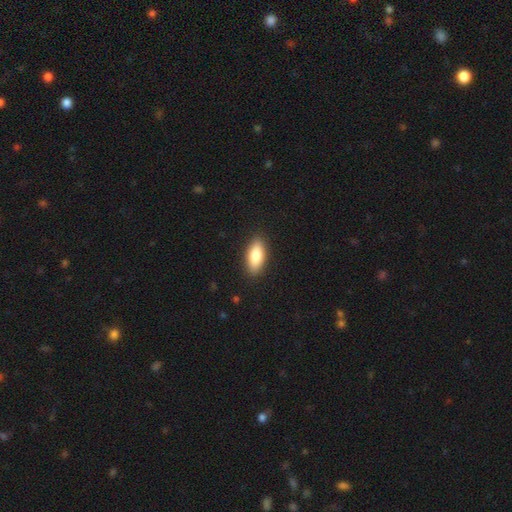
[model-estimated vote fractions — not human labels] The model was most divided on "how rounded": in between: 81%, cigar-shaped: 16%, round: 3%. More confident: merging — none (89%); smooth or featured — smooth (83%).